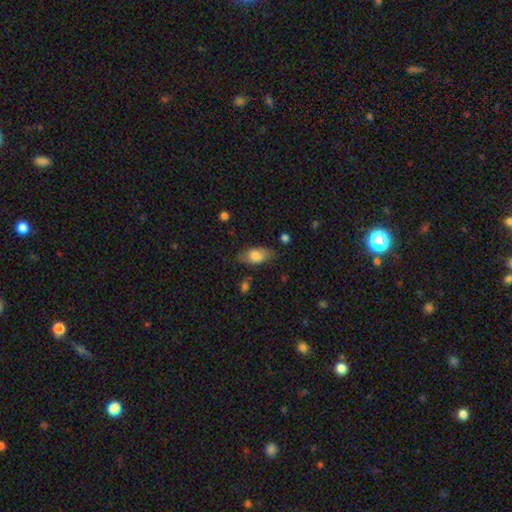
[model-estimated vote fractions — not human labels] smooth-or-featured: smooth: 76% | featured or disk: 17% | star or artifact: 7%
  how-rounded: in between: 89% | cigar-shaped: 6% | round: 5%
  merging: none: 72% | minor disturbance: 20% | major disturbance: 6% | merger: 2%